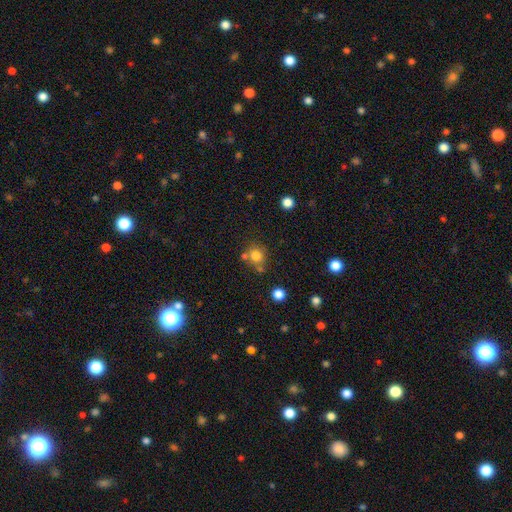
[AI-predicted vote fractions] smooth_or_featured: smooth (p=0.77) [alt: star or artifact p=0.14]
how_rounded: round (p=0.86) [alt: in between p=0.13]
merging: none (p=0.63) [alt: merger p=0.21]